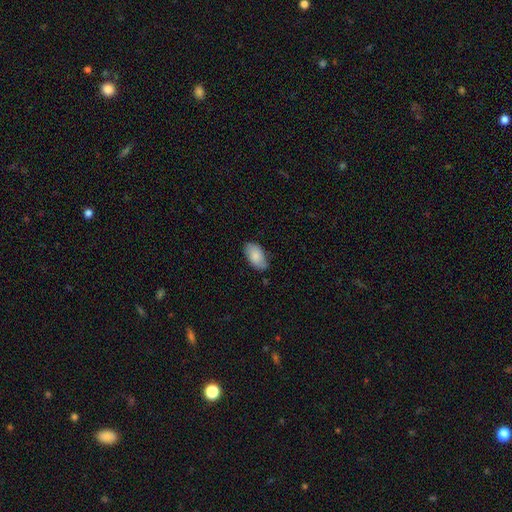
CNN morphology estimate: type=smooth (84%); roundness=in between (95%); merging=none (75%).